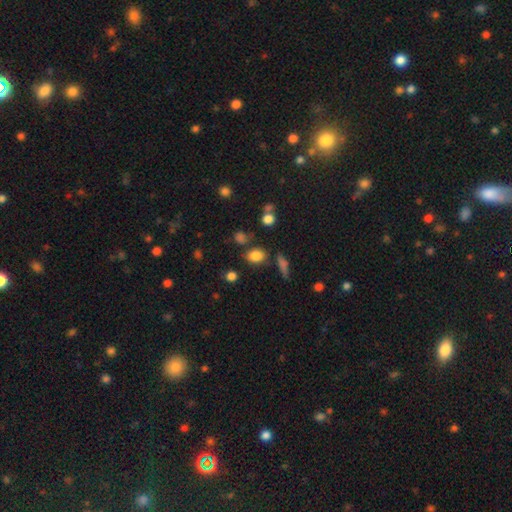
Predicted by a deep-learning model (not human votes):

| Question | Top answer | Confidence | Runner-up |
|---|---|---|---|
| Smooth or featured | smooth | 81% | star or artifact (12%) |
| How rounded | in between | 61% | round (36%) |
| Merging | none | 73% | minor disturbance (14%) |